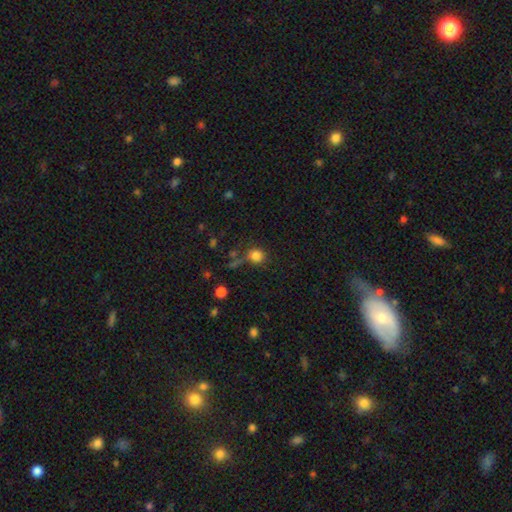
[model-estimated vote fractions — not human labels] Overall: smooth (81%). How rounded: round (84%). Merging: none (69%).